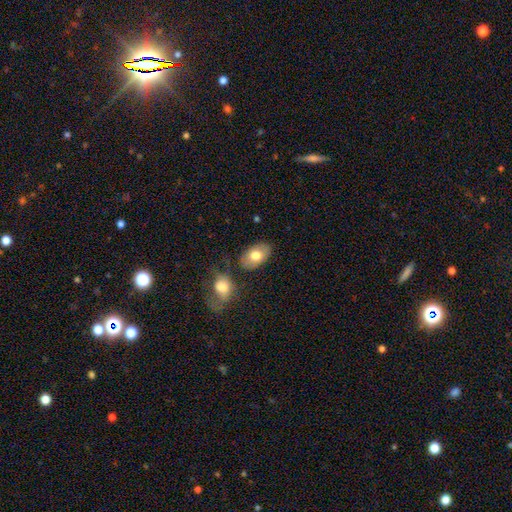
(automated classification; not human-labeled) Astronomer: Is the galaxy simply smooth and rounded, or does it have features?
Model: smooth — 73%.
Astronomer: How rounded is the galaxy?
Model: in between — 90%.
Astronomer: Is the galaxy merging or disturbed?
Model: none — 77%.